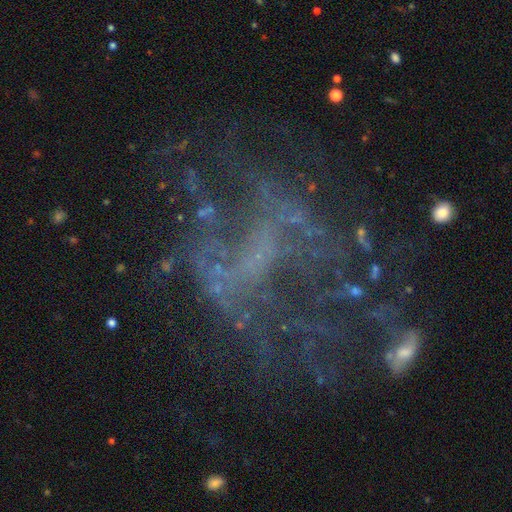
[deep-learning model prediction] Smooth or featured: featured or disk — 61% (star or artifact — 28%)
Edge-on disk: no — 96% (yes — 4%)
Bar: no — 65% (weak — 22%)
Spiral arms: no — 69% (yes — 31%)
Bulge size: none — 74% (small — 16%)
Merging: none — 43% (major disturbance — 37%)